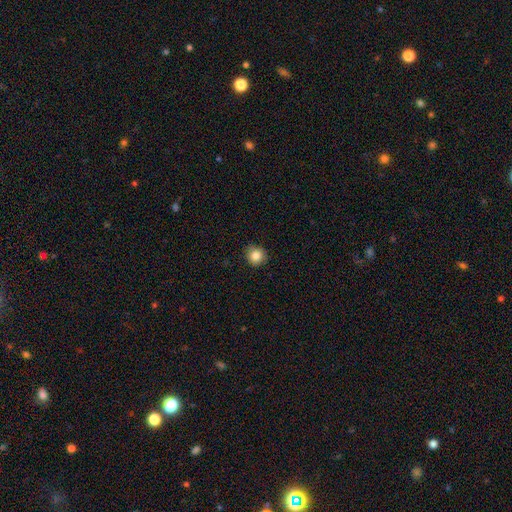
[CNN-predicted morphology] Smooth or featured: smooth — 84% (star or artifact — 10%)
How rounded: round — 91% (in between — 8%)
Merging: none — 86% (minor disturbance — 11%)